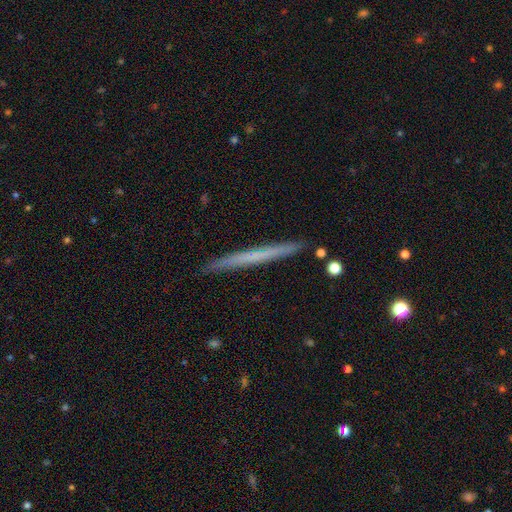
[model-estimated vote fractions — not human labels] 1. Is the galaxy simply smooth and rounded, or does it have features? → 50% smooth, 44% featured or disk, 6% star or artifact.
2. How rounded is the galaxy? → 97% cigar-shaped, 1% in between, 1% round.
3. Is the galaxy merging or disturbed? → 92% none, 6% minor disturbance, 1% merger, 1% major disturbance.